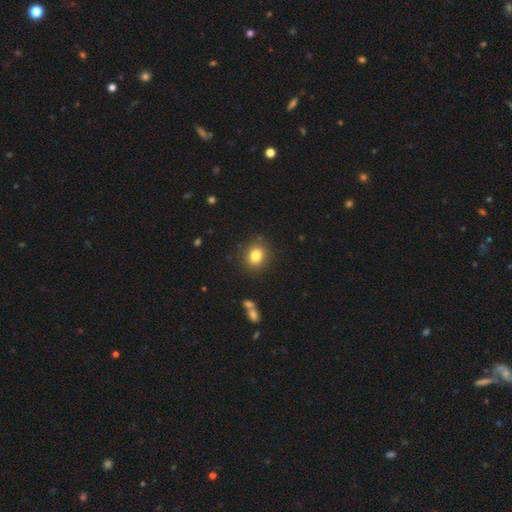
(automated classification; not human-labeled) A smooth galaxy with no disk features (82%) that is round (69%).

Vote fractions:
- Smooth or featured? smooth: 82% / star or artifact: 11% / featured or disk: 7%
- How rounded? round: 69% / in between: 31% / cigar-shaped: 1%
- Merging? none: 87% / minor disturbance: 8% / major disturbance: 3% / merger: 2%